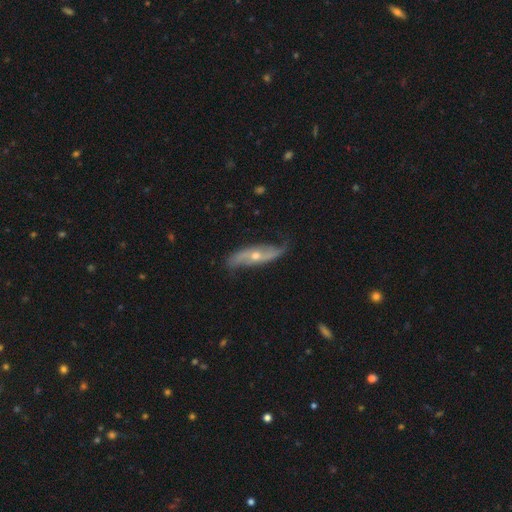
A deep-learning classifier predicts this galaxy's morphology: Q: Smooth or featured?
A: featured or disk (80%); runner-up: smooth (14%)
Q: Edge-on disk?
A: no (77%); runner-up: yes (23%)
Q: Bar?
A: no (65%); runner-up: weak (24%)
Q: Spiral arms?
A: yes (92%); runner-up: no (8%)
Q: Spiral winding?
A: loose (70%); runner-up: medium (21%)
Q: Spiral arm count?
A: 2 (90%); runner-up: can't tell (5%)
Q: Bulge size?
A: moderate (51%); runner-up: small (46%)
Q: Merging?
A: none (73%); runner-up: minor disturbance (20%)